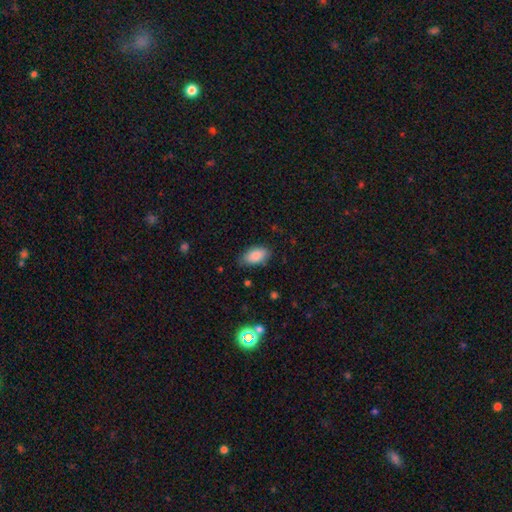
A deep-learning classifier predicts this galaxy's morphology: smooth_or_featured: smooth (p=0.86) [alt: star or artifact p=0.07]
how_rounded: in between (p=0.93) [alt: round p=0.04]
merging: none (p=0.77) [alt: minor disturbance p=0.18]